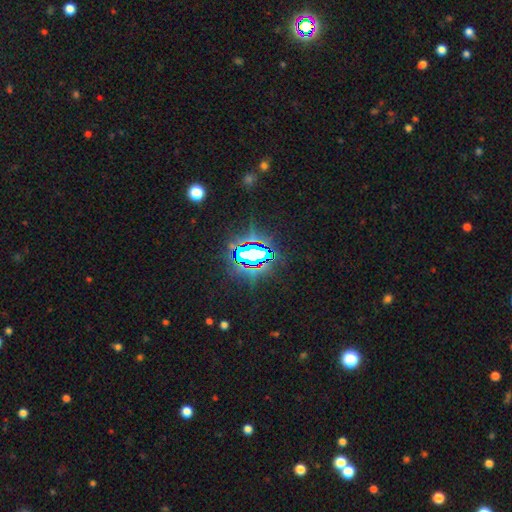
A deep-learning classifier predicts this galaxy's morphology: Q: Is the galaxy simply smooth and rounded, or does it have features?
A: star or artifact — 79%.